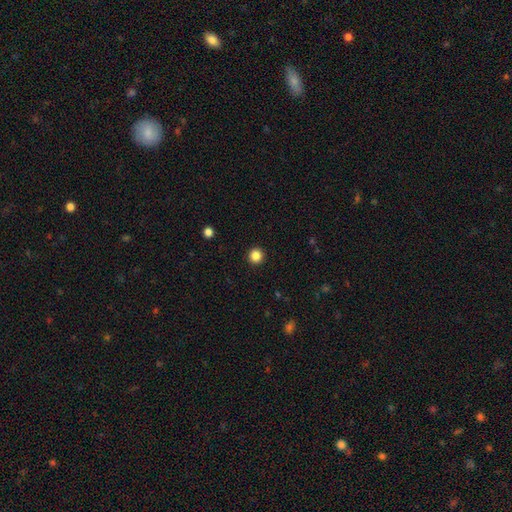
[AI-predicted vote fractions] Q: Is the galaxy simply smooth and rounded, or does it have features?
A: smooth — 86%.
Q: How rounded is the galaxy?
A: round — 95%.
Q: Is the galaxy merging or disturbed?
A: none — 93%.